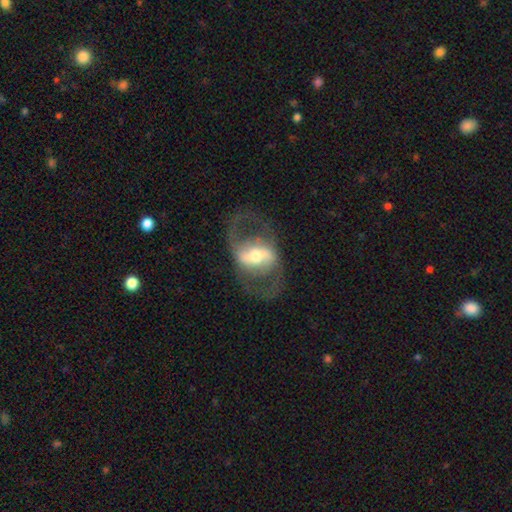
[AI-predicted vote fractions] smooth_or_featured: featured or disk (p=0.79) [alt: smooth p=0.15]
disk_edge_on: no (p=0.93) [alt: yes p=0.07]
bar: strong (p=0.54) [alt: weak p=0.29]
has_spiral_arms: yes (p=0.66) [alt: no p=0.34]
bulge_size: moderate (p=0.60) [alt: small p=0.19]
merging: none (p=0.70) [alt: major disturbance p=0.16]